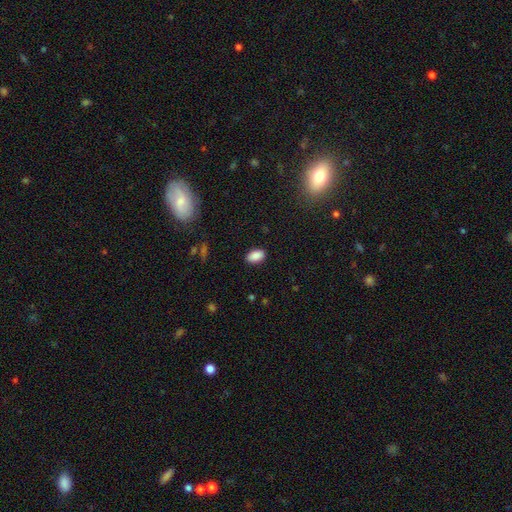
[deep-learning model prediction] smooth 88%, star or artifact 8%, featured or disk 3%. Down the decision tree: how rounded — in between (92%); merging — none (87%).